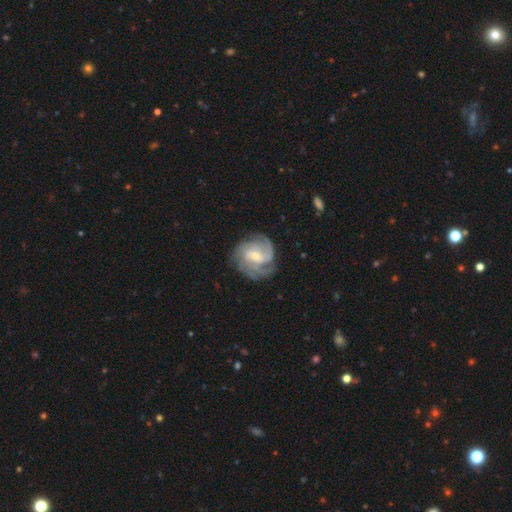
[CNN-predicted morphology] This is clearly a featured or disk galaxy (84%). It is clearly not viewed edge-on (98%). Bar: possibly weak (46%). Spiral arm pattern: clearly yes (96%). Spiral arm count: marginally 3 (34%). Spiral winding: possibly tight (54%). Central bulge: possibly small (55%). Merging: likely none (74%).